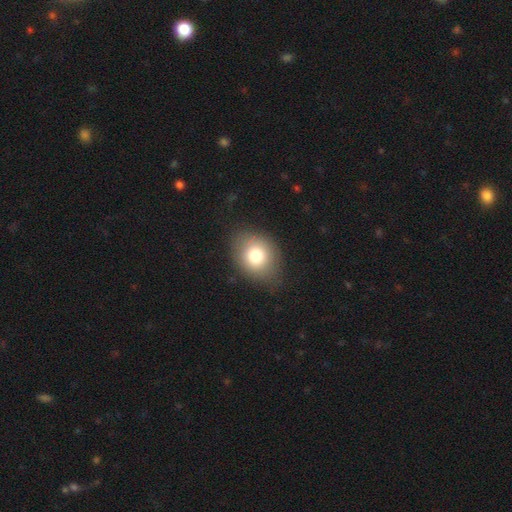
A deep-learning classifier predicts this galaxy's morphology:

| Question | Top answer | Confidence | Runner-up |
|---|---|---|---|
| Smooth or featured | smooth | 77% | featured or disk (12%) |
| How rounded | in between | 50% | round (49%) |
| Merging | none | 78% | minor disturbance (16%) |